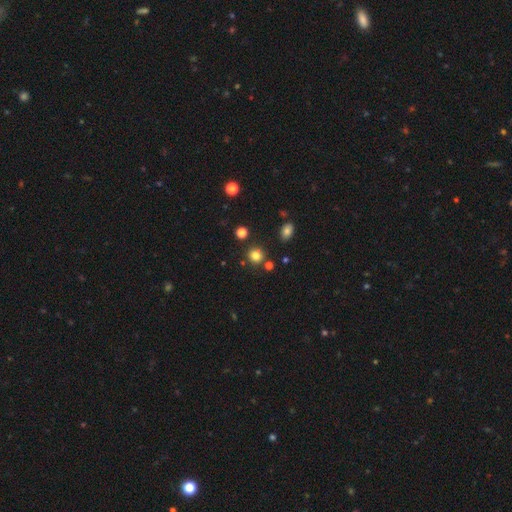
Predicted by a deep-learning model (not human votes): The model was most divided on "smooth or featured": smooth: 80%, star or artifact: 15%, featured or disk: 5%. More confident: how rounded — round (90%); merging — none (84%).